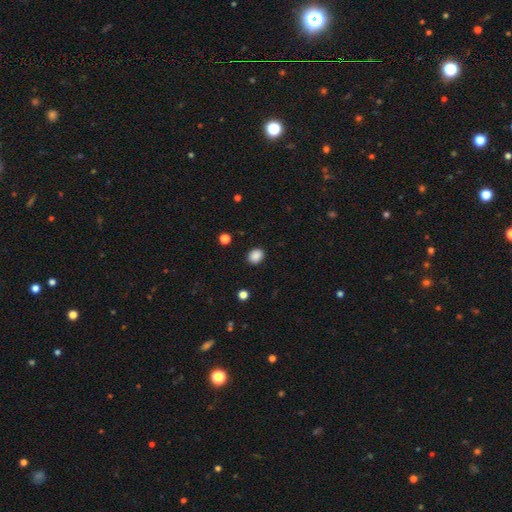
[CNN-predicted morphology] Smooth or featured?
  - smooth: 88% *
  - star or artifact: 10%
  - featured or disk: 3%
How rounded?
  - in between: 52% *
  - round: 47%
  - cigar-shaped: 1%
Merging?
  - none: 89% *
  - minor disturbance: 8%
  - major disturbance: 2%
  - merger: 1%